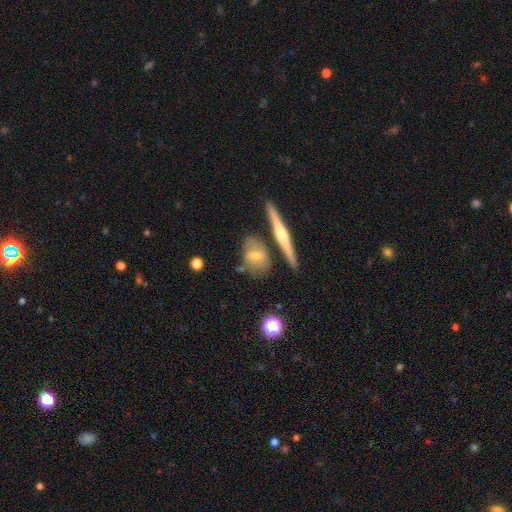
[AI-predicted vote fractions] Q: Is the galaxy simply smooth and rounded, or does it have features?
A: featured or disk — 47%.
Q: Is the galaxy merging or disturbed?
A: none — 64%.